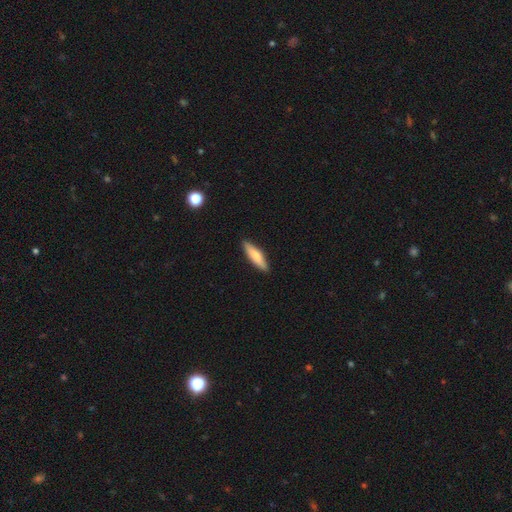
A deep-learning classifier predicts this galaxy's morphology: A smooth galaxy with no disk features (71%) that is cigar-shaped (75%).

Vote fractions:
- Smooth or featured? smooth: 71% / featured or disk: 24% / star or artifact: 6%
- How rounded? cigar-shaped: 75% / in between: 24% / round: 2%
- Merging? none: 89% / minor disturbance: 8% / major disturbance: 2% / merger: 1%